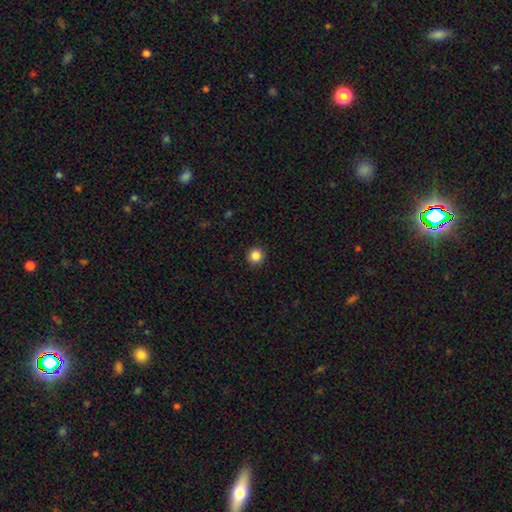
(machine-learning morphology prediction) Smooth or featured?
  - smooth: 86% *
  - star or artifact: 11%
  - featured or disk: 3%
How rounded?
  - round: 94% *
  - in between: 5%
  - cigar-shaped: 1%
Merging?
  - none: 92% *
  - minor disturbance: 5%
  - major disturbance: 2%
  - merger: 1%